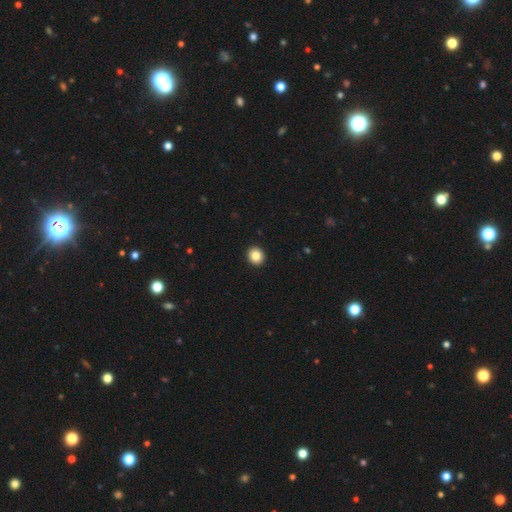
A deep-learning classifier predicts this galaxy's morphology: Overall: smooth (86%). How rounded: round (82%). Merging: none (93%).